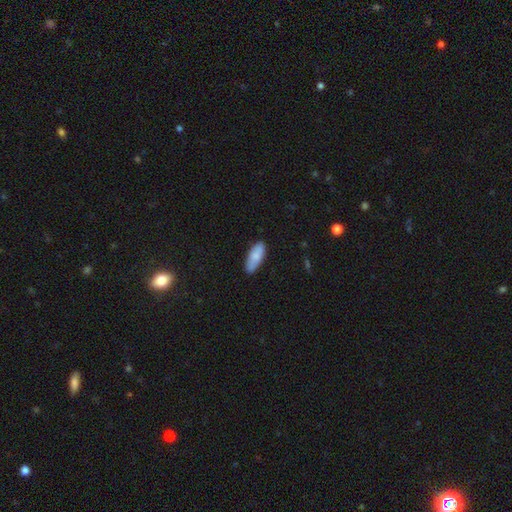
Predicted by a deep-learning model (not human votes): This appears to be a smooth galaxy with no disk features (82%) that is in between round and cigar-shaped (73%). Merging: none (84%).